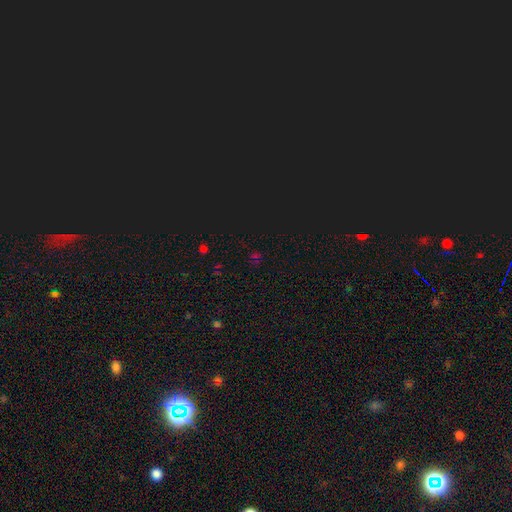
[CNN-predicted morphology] Smooth or featured: star or artifact — 67% (smooth — 26%)